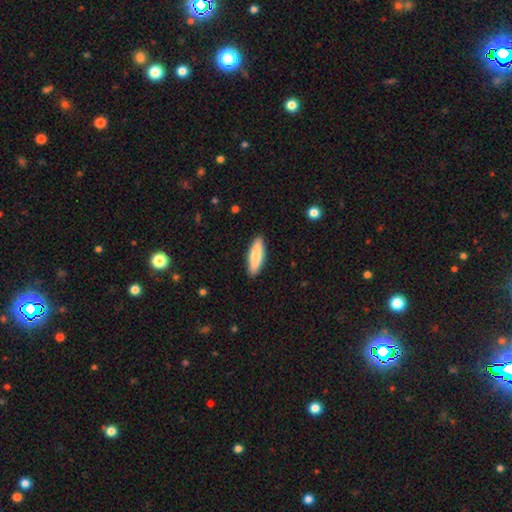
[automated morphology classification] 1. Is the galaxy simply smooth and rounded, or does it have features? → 83% smooth, 12% featured or disk, 5% star or artifact.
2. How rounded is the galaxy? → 61% cigar-shaped, 37% in between, 1% round.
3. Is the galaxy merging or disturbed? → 90% none, 7% minor disturbance, 2% major disturbance, 1% merger.